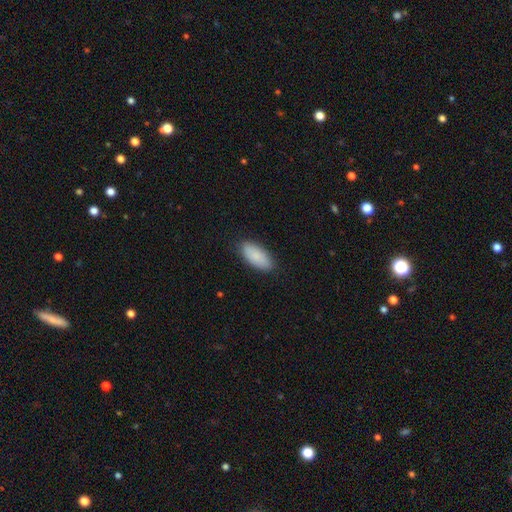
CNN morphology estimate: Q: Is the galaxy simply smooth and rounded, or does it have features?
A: smooth — 88%.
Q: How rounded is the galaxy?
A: in between — 90%.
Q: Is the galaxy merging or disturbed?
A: none — 86%.